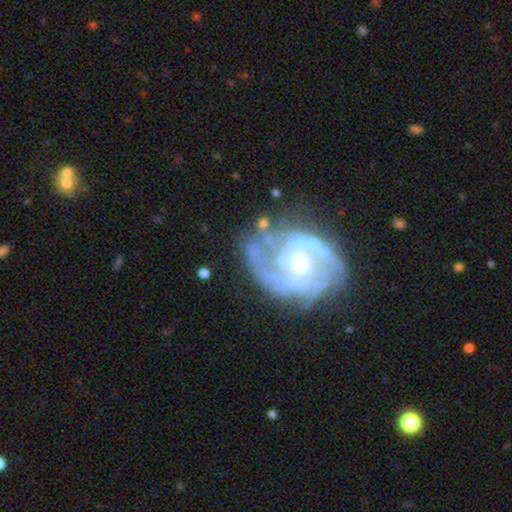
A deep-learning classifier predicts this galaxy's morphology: Overall: featured or disk (88%). Edge-on disk: no (98%). Bar: weak (46%; no 37%). Spiral arms: yes (94%). Spiral arm count: 2 (43%; can't tell 21%). Spiral winding: medium (45%; tight 40%). Bulge size: moderate (50%; small 45%). Merging: none (62%).